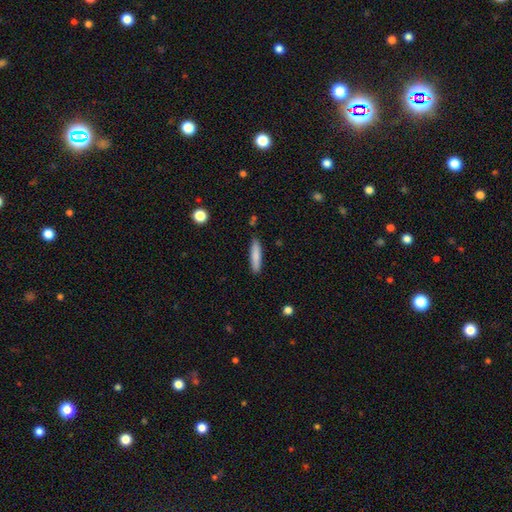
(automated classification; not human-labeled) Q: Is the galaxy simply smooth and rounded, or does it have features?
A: smooth — 83%.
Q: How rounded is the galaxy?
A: cigar-shaped — 82%.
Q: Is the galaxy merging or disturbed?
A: none — 85%.